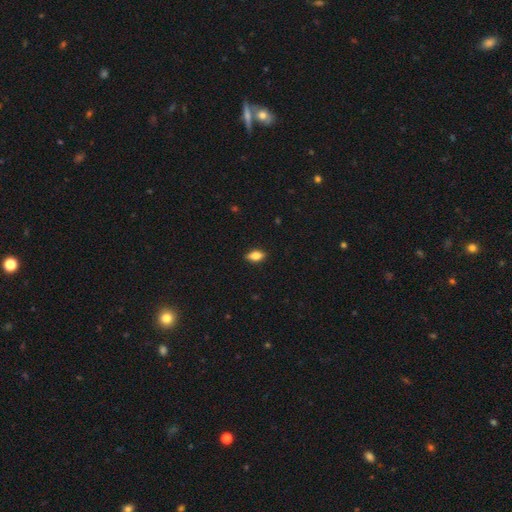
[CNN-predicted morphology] Smooth or featured?
  - smooth: 73% *
  - featured or disk: 18%
  - star or artifact: 9%
How rounded?
  - in between: 84% *
  - cigar-shaped: 10%
  - round: 6%
Merging?
  - none: 86% *
  - minor disturbance: 11%
  - major disturbance: 2%
  - merger: 1%